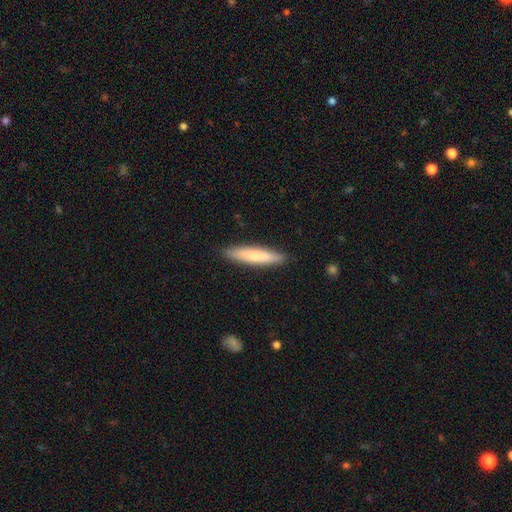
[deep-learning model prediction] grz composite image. It shows a smooth galaxy with no disk features (75%) that is cigar-shaped (89%). Merging: none (90%).